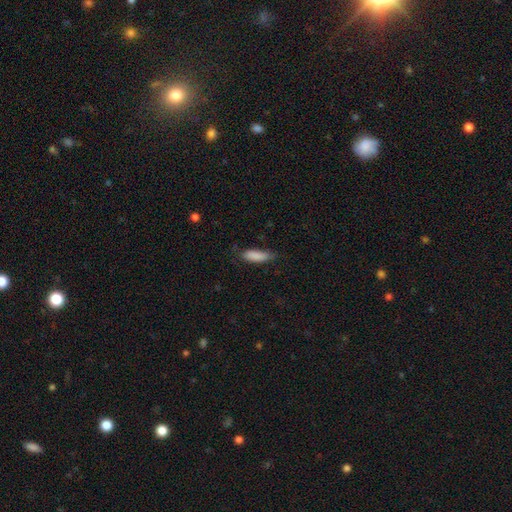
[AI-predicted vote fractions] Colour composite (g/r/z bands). It shows a smooth galaxy with no disk features (86%) that is in between round and cigar-shaped (54%). Merging: none (67%).